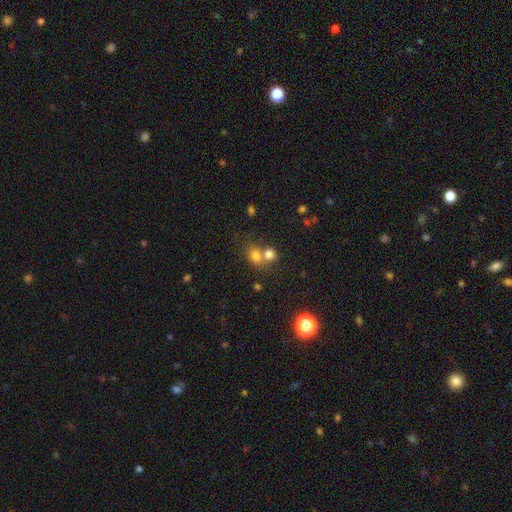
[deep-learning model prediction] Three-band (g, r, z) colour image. It shows a smooth galaxy with no disk features (74%) that is round (57%). Merging: merger (49%).